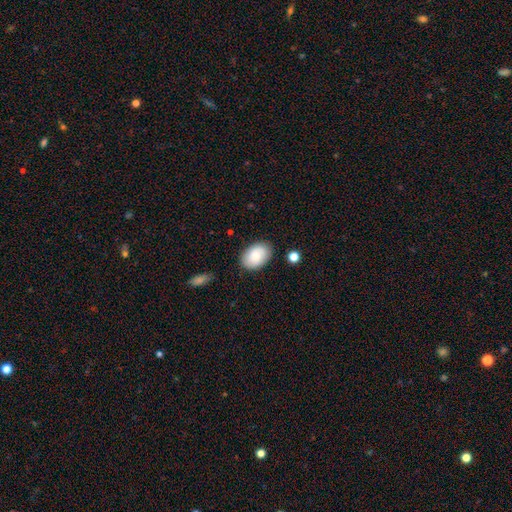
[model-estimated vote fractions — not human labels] smooth 82%, featured or disk 12%, star or artifact 7%. Down the decision tree: how rounded — in between (85%); merging — none (84%).